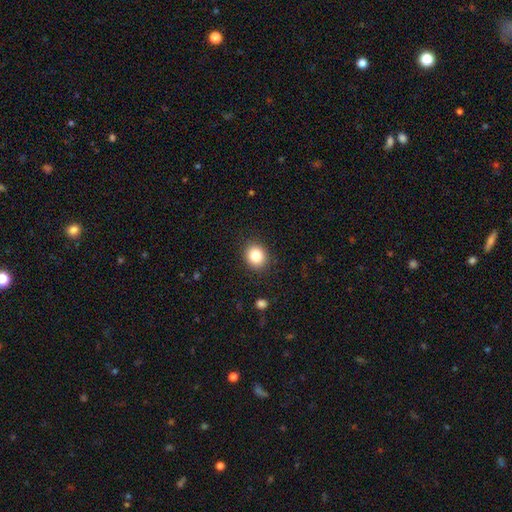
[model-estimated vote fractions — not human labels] Smooth or featured?
  - smooth: 83% *
  - star or artifact: 10%
  - featured or disk: 6%
How rounded?
  - round: 72% *
  - in between: 27%
  - cigar-shaped: 1%
Merging?
  - none: 89% *
  - minor disturbance: 7%
  - major disturbance: 2%
  - merger: 1%